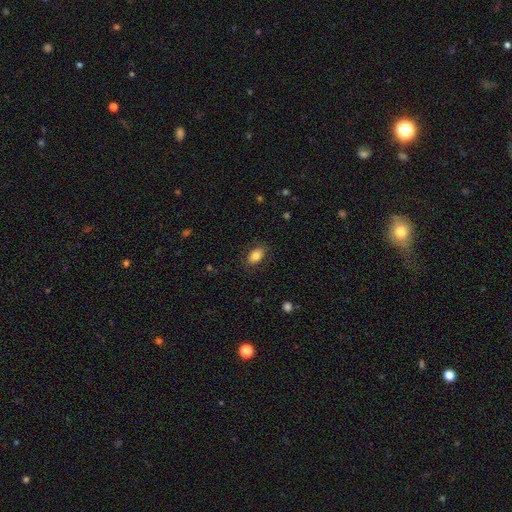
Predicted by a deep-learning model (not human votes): The model was most divided on "merging": none: 84%, minor disturbance: 12%, major disturbance: 3%, merger: 1%. More confident: how rounded — in between (87%); smooth or featured — smooth (84%).